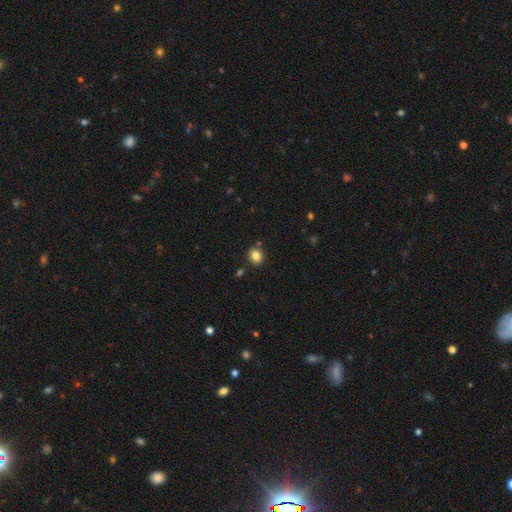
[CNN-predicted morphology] The model was most divided on "how rounded": round: 57%, in between: 42%, cigar-shaped: 1%. More confident: smooth or featured — smooth (84%); merging — none (82%).